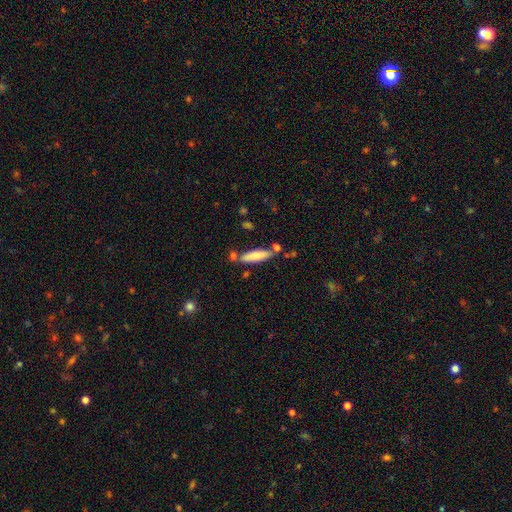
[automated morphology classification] Smooth or featured: smooth — 77% (featured or disk — 17%)
How rounded: cigar-shaped — 70% (in between — 29%)
Merging: none — 71% (minor disturbance — 14%)